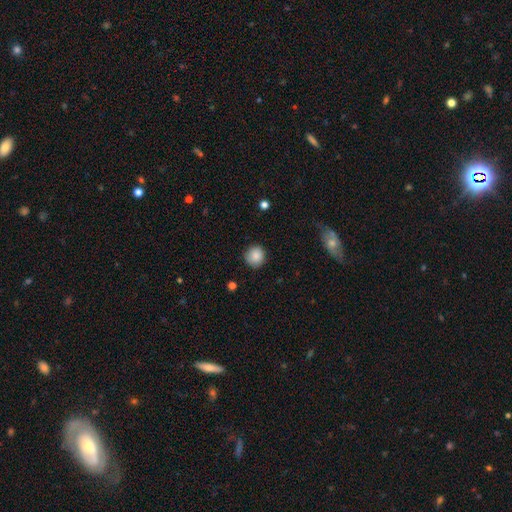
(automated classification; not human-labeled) smooth-or-featured: smooth: 87% | star or artifact: 9% | featured or disk: 4%
  how-rounded: round: 89% | in between: 10% | cigar-shaped: 1%
  merging: none: 87% | minor disturbance: 10% | major disturbance: 2% | merger: 1%